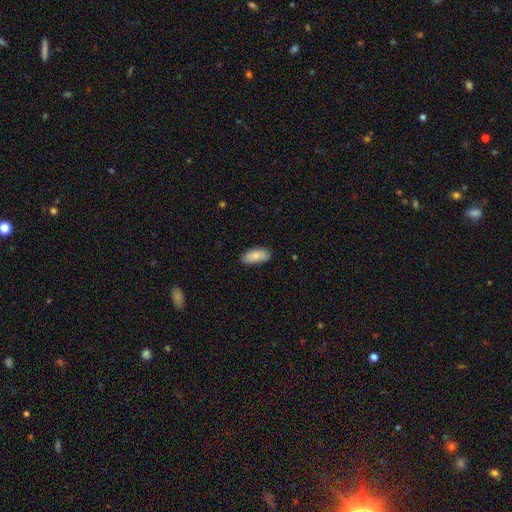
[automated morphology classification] This is likely a smooth galaxy (80%). How rounded: clearly in between (89%). Merging: clearly none (81%).